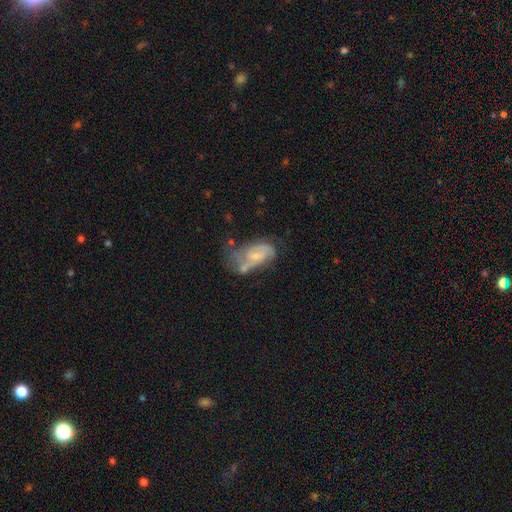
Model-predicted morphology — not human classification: Overall: featured or disk (71%). Edge-on disk: no (96%). Bar: no (46%; weak 43%). Spiral arms: yes (85%). Spiral arm count: 2 (66%). Spiral winding: medium (46%; tight 29%). Bulge size: small (56%; moderate 28%). Merging: none (33%; minor disturbance 26%).